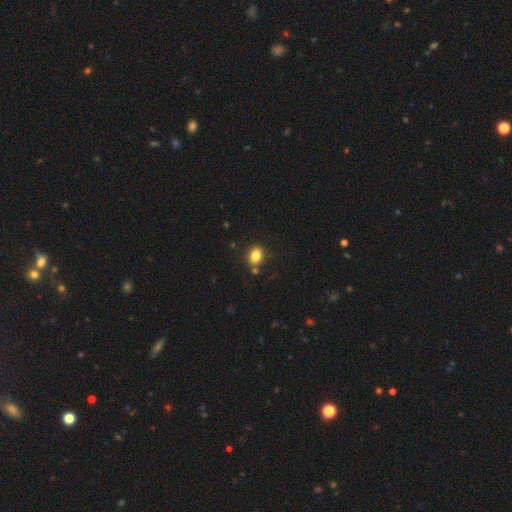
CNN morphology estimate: Q: Smooth or featured?
A: smooth (83%); runner-up: star or artifact (10%)
Q: How rounded?
A: in between (59%); runner-up: round (40%)
Q: Merging?
A: none (76%); runner-up: minor disturbance (12%)